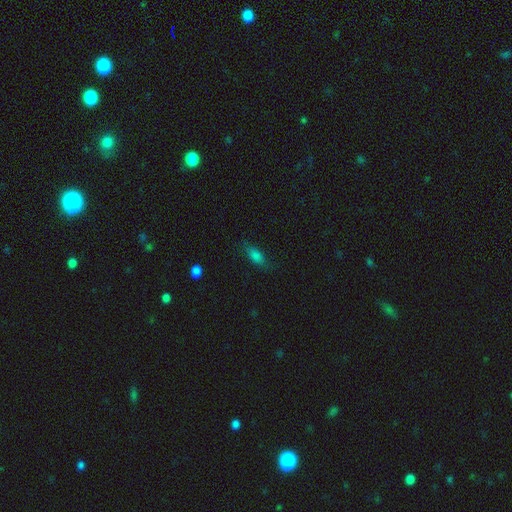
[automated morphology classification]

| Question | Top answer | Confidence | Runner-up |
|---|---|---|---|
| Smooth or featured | smooth | 76% | featured or disk (13%) |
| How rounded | in between | 75% | cigar-shaped (21%) |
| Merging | none | 72% | minor disturbance (20%) |